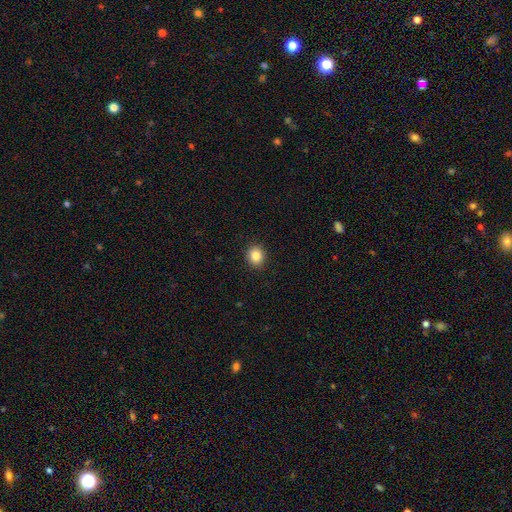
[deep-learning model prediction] Overall: smooth (85%). How rounded: round (78%). Merging: none (91%).